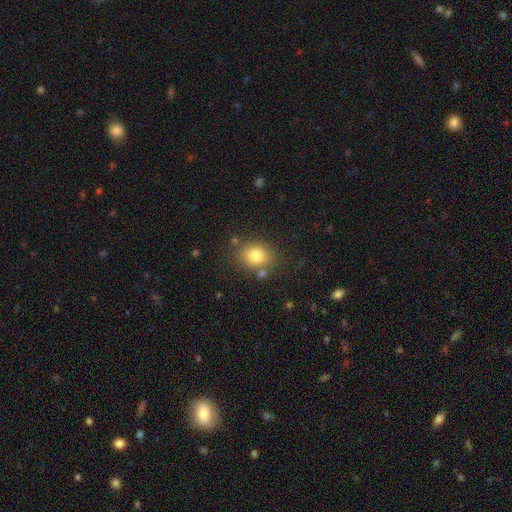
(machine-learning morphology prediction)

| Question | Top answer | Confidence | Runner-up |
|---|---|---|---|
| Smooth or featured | smooth | 78% | star or artifact (11%) |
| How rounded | round | 54% | in between (45%) |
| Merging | none | 76% | minor disturbance (13%) |